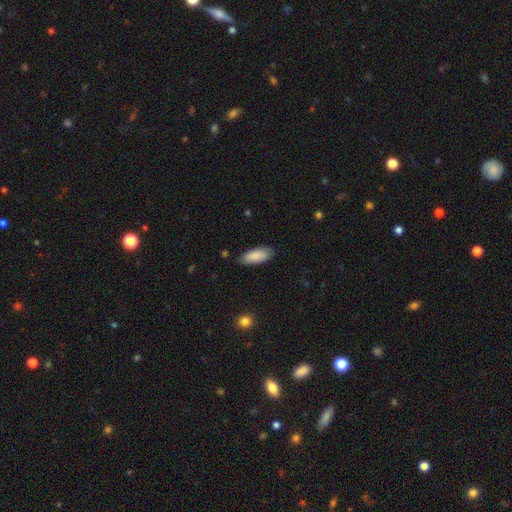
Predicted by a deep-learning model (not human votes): Smooth or featured?
  - smooth: 88% *
  - featured or disk: 6%
  - star or artifact: 6%
How rounded?
  - in between: 81% *
  - cigar-shaped: 18%
  - round: 2%
Merging?
  - none: 84% *
  - minor disturbance: 12%
  - major disturbance: 2%
  - merger: 1%